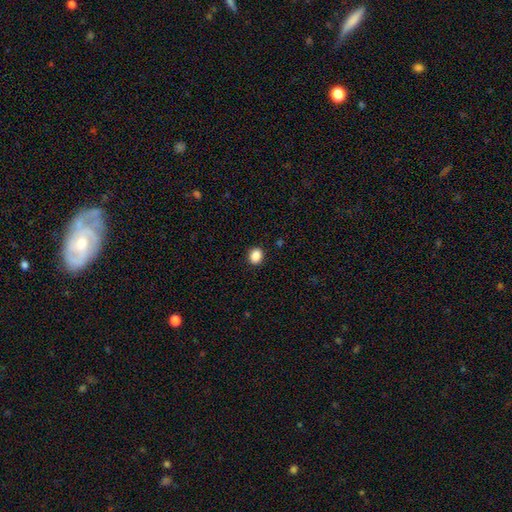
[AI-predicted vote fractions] Smooth or featured? Predicted: smooth (p=0.88). How rounded? Predicted: round (p=0.54). Merging? Predicted: none (p=0.90).